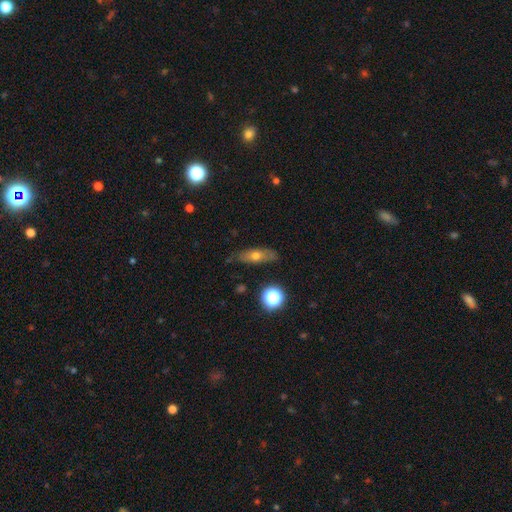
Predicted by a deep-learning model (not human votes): The model was most divided on "how rounded": in between: 58%, cigar-shaped: 33%, round: 10%. More confident: merging — none (78%); smooth or featured — smooth (57%).